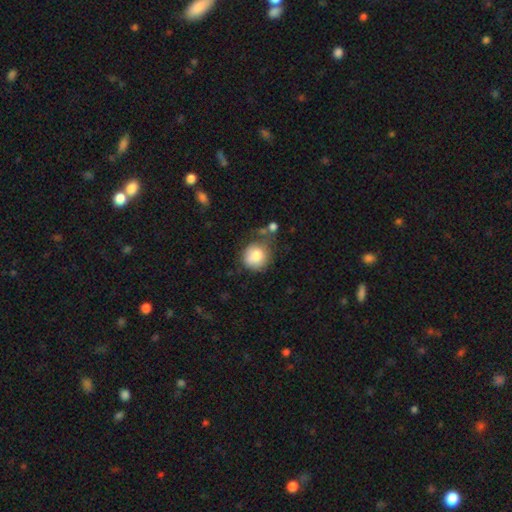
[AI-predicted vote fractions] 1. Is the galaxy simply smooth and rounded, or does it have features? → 83% smooth, 9% featured or disk, 8% star or artifact.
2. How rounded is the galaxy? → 85% round, 14% in between, 1% cigar-shaped.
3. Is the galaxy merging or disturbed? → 55% none, 24% minor disturbance, 12% merger, 9% major disturbance.